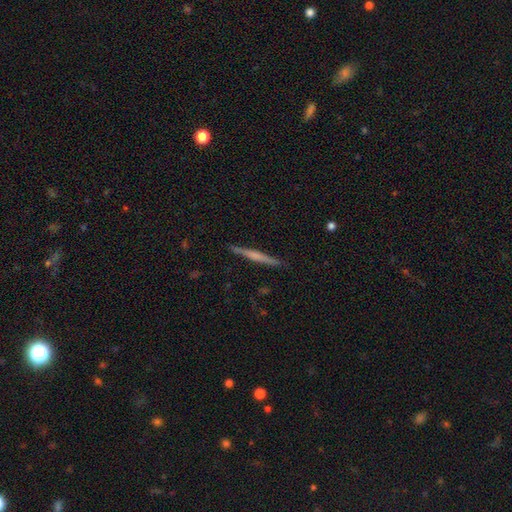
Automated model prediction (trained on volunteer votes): This appears to be a featured or disk galaxy (57%) viewed edge-on (98%) with no central bulge (49%). Merging: none (91%).